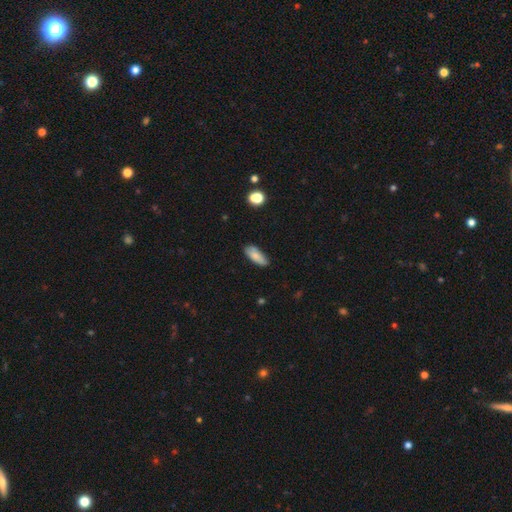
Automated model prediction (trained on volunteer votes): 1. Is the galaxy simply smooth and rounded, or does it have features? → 81% smooth, 12% featured or disk, 7% star or artifact.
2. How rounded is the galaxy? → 77% in between, 21% cigar-shaped, 2% round.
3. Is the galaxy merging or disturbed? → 77% none, 19% minor disturbance, 3% major disturbance, 2% merger.